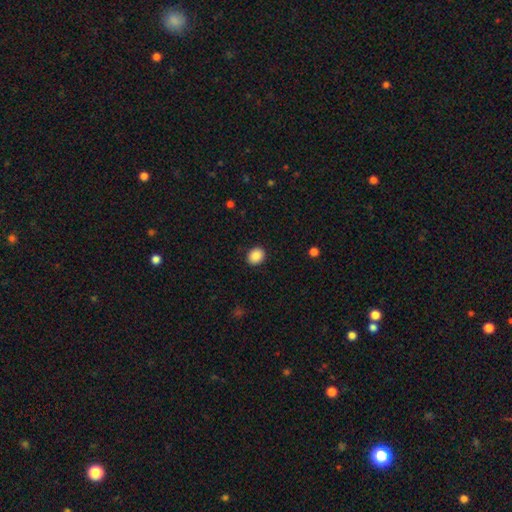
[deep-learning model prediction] Overall: smooth (88%). How rounded: round (56%; in between 43%). Merging: none (90%).